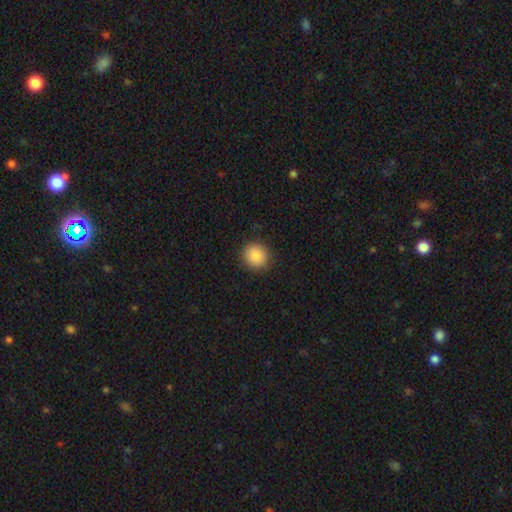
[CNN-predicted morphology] smooth-or-featured: smooth: 87% | star or artifact: 9% | featured or disk: 4%
  how-rounded: round: 89% | in between: 10% | cigar-shaped: 1%
  merging: none: 90% | minor disturbance: 7% | major disturbance: 2% | merger: 1%